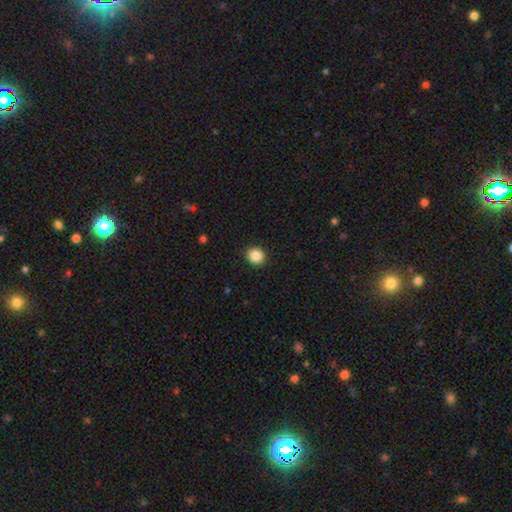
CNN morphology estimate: Overall: smooth (87%). How rounded: round (81%). Merging: none (92%).